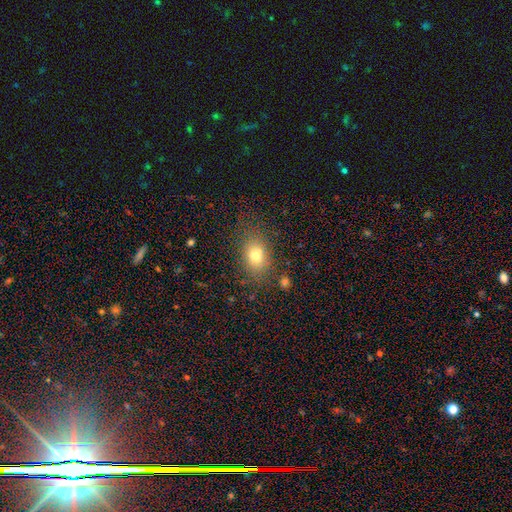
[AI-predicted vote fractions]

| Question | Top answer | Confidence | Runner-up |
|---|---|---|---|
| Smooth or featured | smooth | 73% | star or artifact (14%) |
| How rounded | in between | 69% | round (29%) |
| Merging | none | 74% | minor disturbance (15%) |